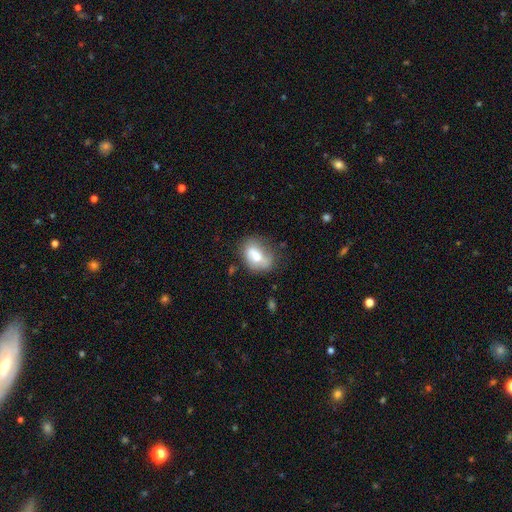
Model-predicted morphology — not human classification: This is likely a smooth galaxy (64%). How rounded: likely in between (74%). Merging: possibly none (49%).